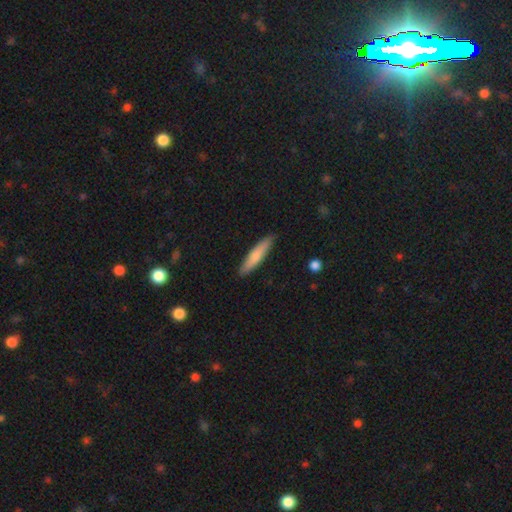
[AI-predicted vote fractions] Smooth or featured? smooth (74%)
How rounded? cigar-shaped (84%)
Merging? none (89%)